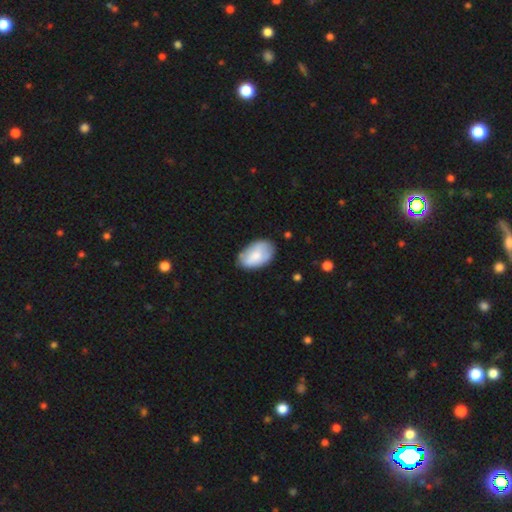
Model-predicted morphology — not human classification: Q: Smooth or featured?
A: smooth (72%); runner-up: featured or disk (22%)
Q: How rounded?
A: in between (91%); runner-up: round (8%)
Q: Merging?
A: none (71%); runner-up: minor disturbance (22%)